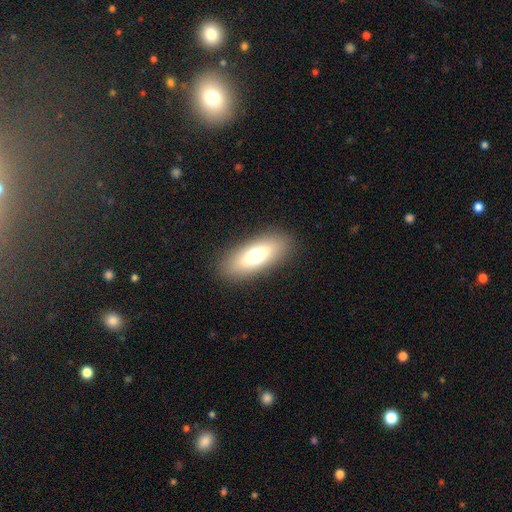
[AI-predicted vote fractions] Q: Smooth or featured?
A: smooth (65%); runner-up: featured or disk (26%)
Q: How rounded?
A: in between (70%); runner-up: cigar-shaped (27%)
Q: Merging?
A: none (88%); runner-up: minor disturbance (8%)